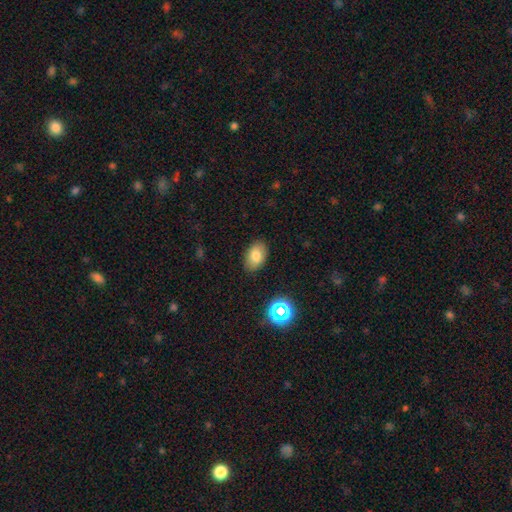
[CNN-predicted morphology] Smooth or featured: smooth — 80% (star or artifact — 11%)
How rounded: in between — 88% (round — 11%)
Merging: none — 86% (minor disturbance — 10%)